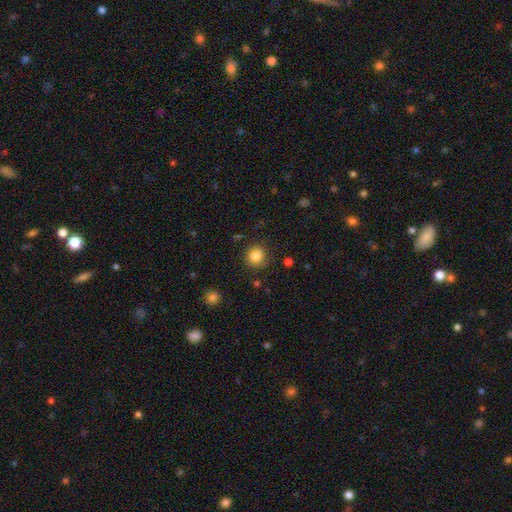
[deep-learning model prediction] Smooth or featured? Predicted: smooth (p=0.84). How rounded? Predicted: round (p=0.92). Merging? Predicted: none (p=0.88).